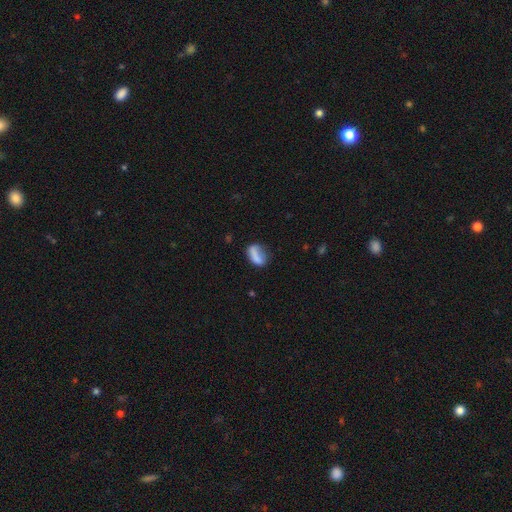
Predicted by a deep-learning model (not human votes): Smooth or featured? Predicted: smooth (p=0.73). How rounded? Predicted: in between (p=0.79). Merging? Predicted: none (p=0.46).